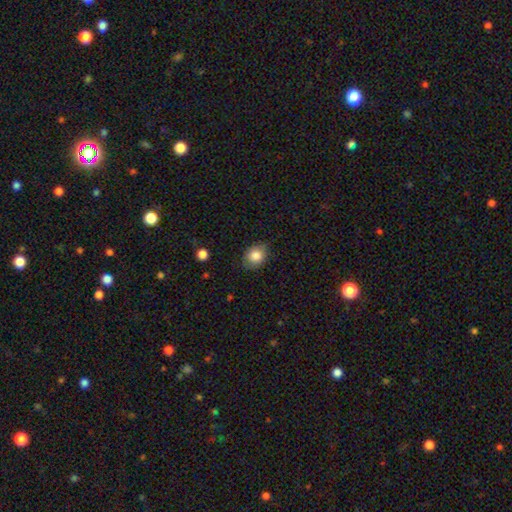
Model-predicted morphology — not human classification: Smooth or featured? smooth (81%)
How rounded? in between (55%)
Merging? none (75%)